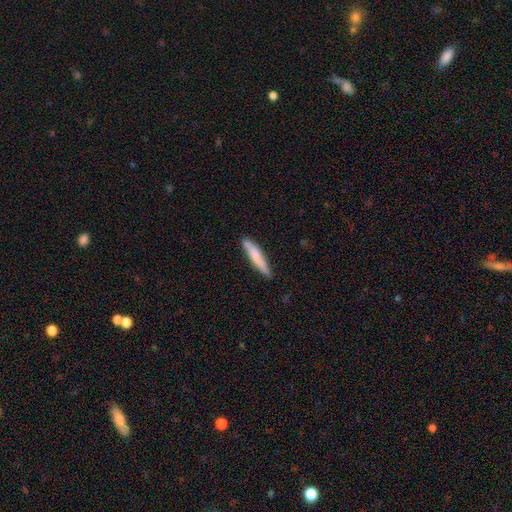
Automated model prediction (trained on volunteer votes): smooth_or_featured: smooth (p=0.71) [alt: featured or disk p=0.24]
how_rounded: cigar-shaped (p=0.91) [alt: in between p=0.08]
merging: none (p=0.84) [alt: minor disturbance p=0.13]